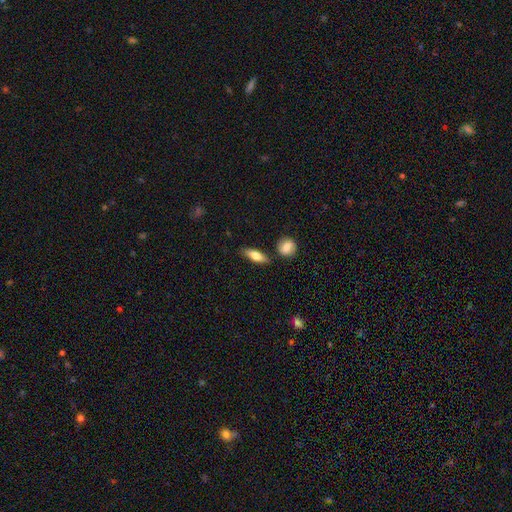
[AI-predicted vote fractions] Smooth or featured? smooth (69%)
How rounded? in between (55%)
Merging? none (80%)